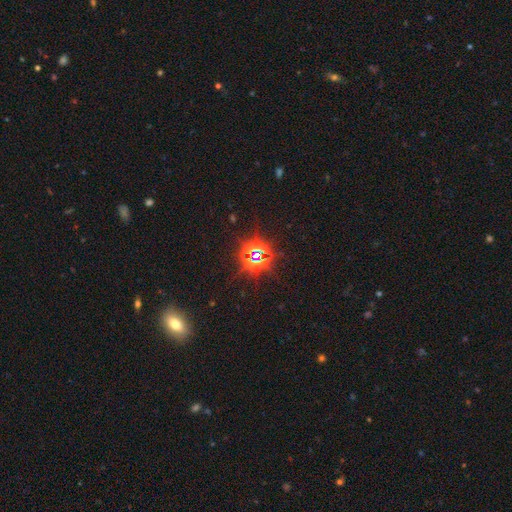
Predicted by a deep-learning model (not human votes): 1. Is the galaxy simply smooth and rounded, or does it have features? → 80% star or artifact, 12% smooth, 8% featured or disk.